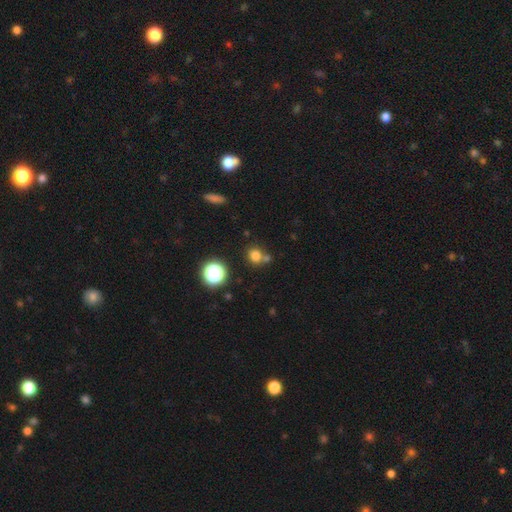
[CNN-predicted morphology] smooth 75%, star or artifact 18%, featured or disk 7%. Down the decision tree: how rounded — round (72%); merging — none (61%).